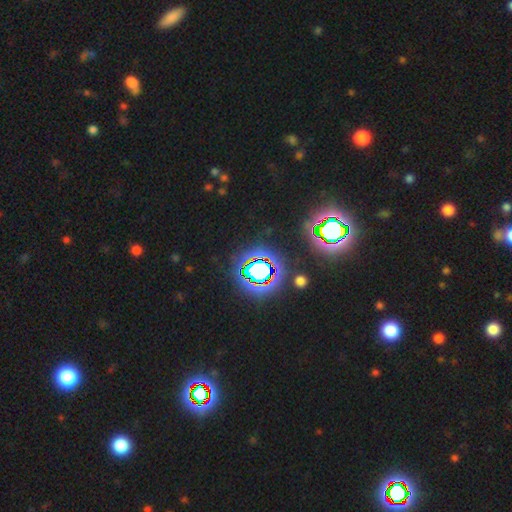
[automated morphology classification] type=star or artifact (77%).